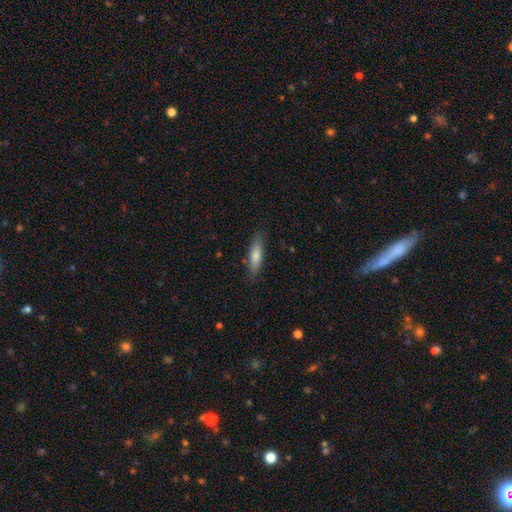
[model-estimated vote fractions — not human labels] A smooth galaxy with no disk features (73%) that is cigar-shaped (65%). Merging: none (85%).